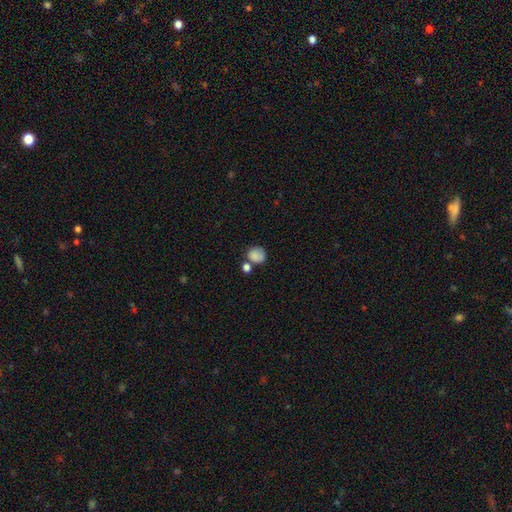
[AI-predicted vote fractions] Smooth or featured? Predicted: smooth (p=0.83). How rounded? Predicted: round (p=0.74). Merging? Predicted: none (p=0.52).